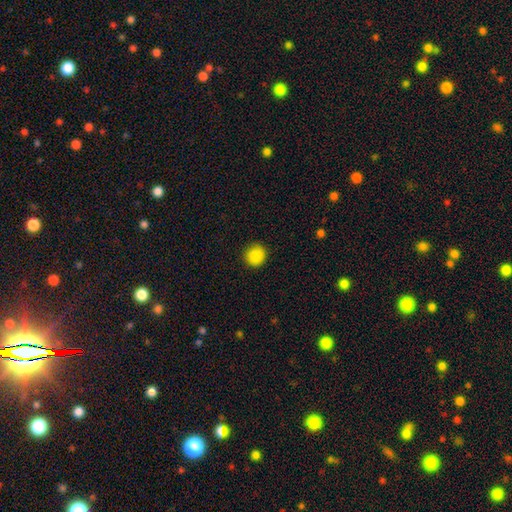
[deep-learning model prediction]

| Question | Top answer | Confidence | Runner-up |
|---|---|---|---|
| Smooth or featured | smooth | 88% | star or artifact (9%) |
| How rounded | round | 93% | in between (6%) |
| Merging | none | 90% | minor disturbance (7%) |